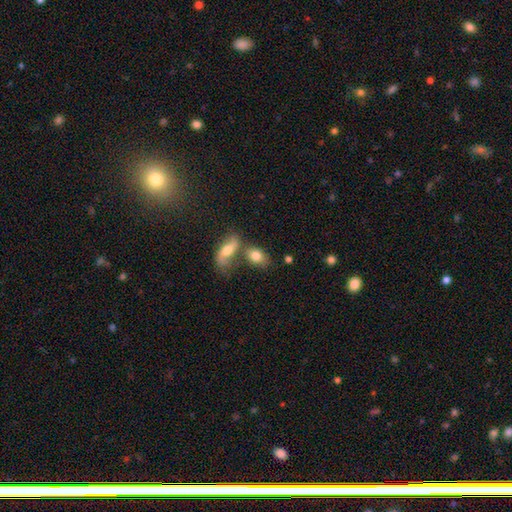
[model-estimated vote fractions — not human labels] This is likely a smooth galaxy (76%). How rounded: clearly in between (83%). Merging: possibly none (48%).